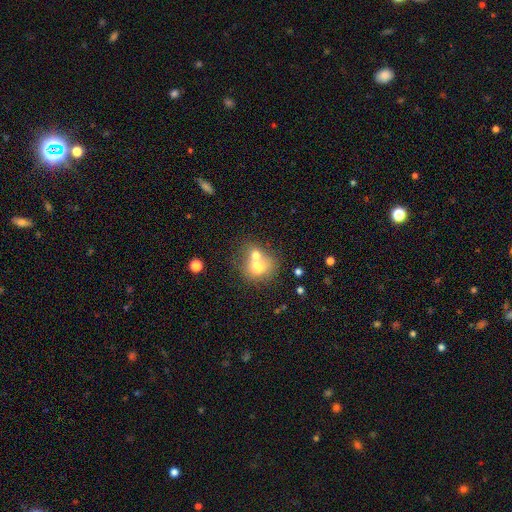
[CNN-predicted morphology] smooth 61%, featured or disk 28%, star or artifact 11%. Down the decision tree: how rounded — round (60%); merging — merger (62%).